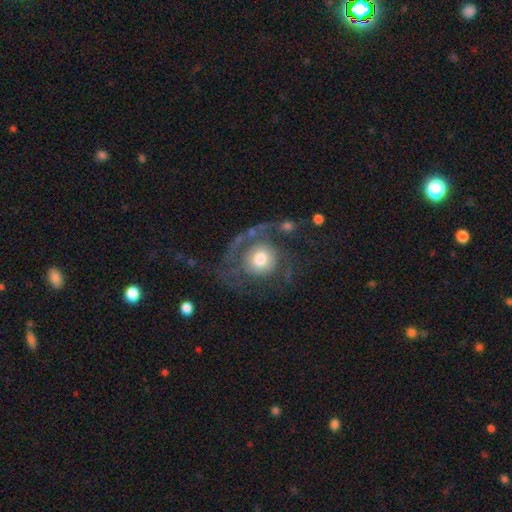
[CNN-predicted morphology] Smooth or featured? Predicted: featured or disk (p=0.69). Edge-on disk? Predicted: no (p=0.96). Bar? Predicted: no (p=0.81). Spiral arms? Predicted: yes (p=0.75). Bulge size? Predicted: moderate (p=0.58). Merging? Predicted: none (p=0.51).